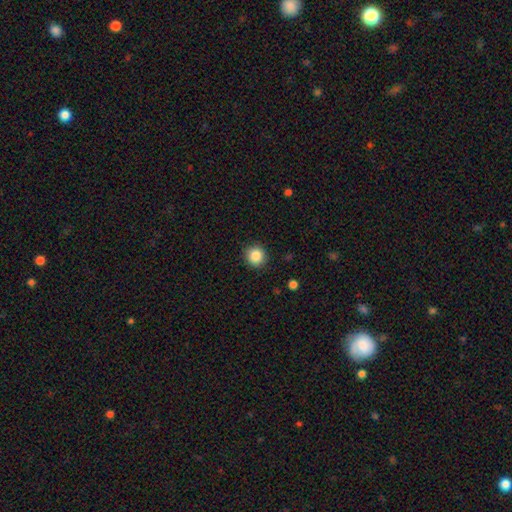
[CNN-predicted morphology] Smooth or featured: smooth — 86% (star or artifact — 10%)
How rounded: round — 93% (in between — 6%)
Merging: none — 91% (minor disturbance — 6%)